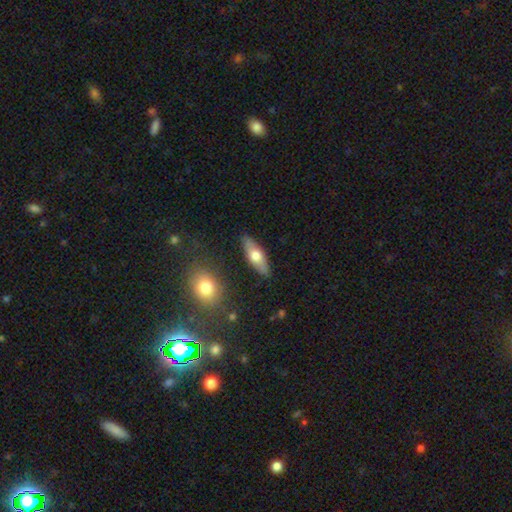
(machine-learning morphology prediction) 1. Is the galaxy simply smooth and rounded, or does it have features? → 55% smooth, 39% featured or disk, 6% star or artifact.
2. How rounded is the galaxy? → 58% in between, 38% cigar-shaped, 3% round.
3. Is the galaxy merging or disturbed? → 87% none, 9% minor disturbance, 2% merger, 2% major disturbance.